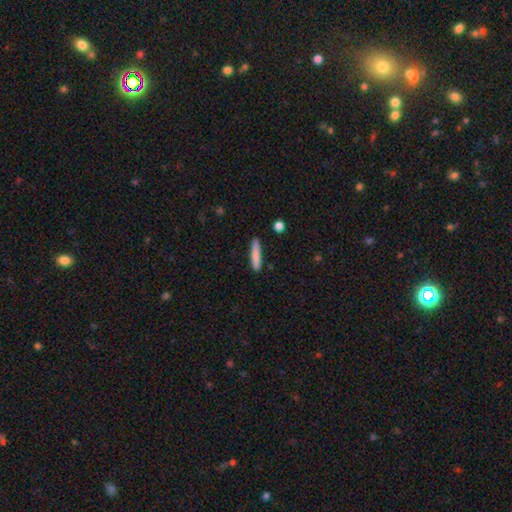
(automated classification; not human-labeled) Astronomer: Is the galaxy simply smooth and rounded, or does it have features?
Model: smooth — 82%.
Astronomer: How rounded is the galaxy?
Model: cigar-shaped — 91%.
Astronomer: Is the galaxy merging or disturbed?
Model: none — 86%.